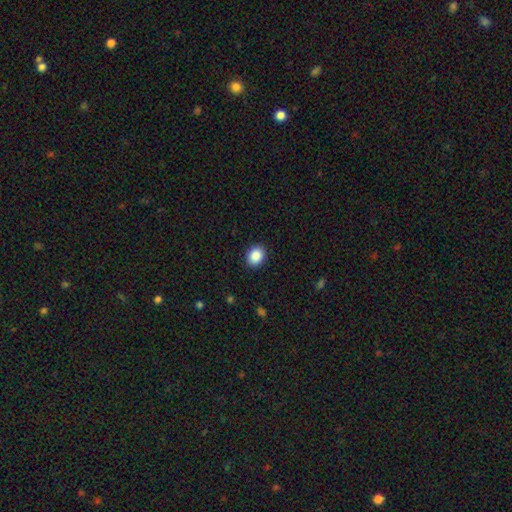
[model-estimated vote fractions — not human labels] This is clearly a smooth galaxy (88%). How rounded: possibly round (51%). Merging: clearly none (91%).